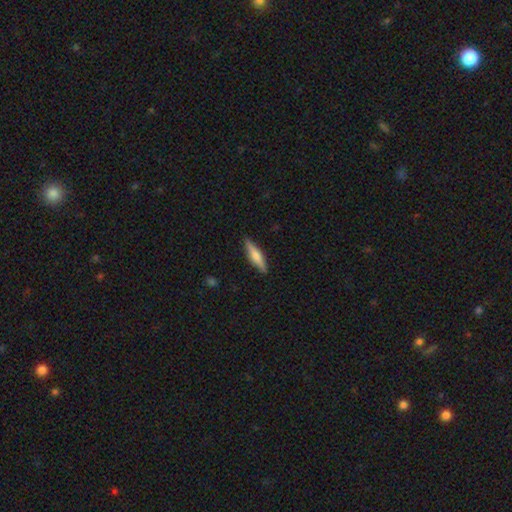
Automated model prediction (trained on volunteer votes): This appears to be a smooth galaxy with no disk features (52%) that is cigar-shaped (80%). Merging: none (90%).